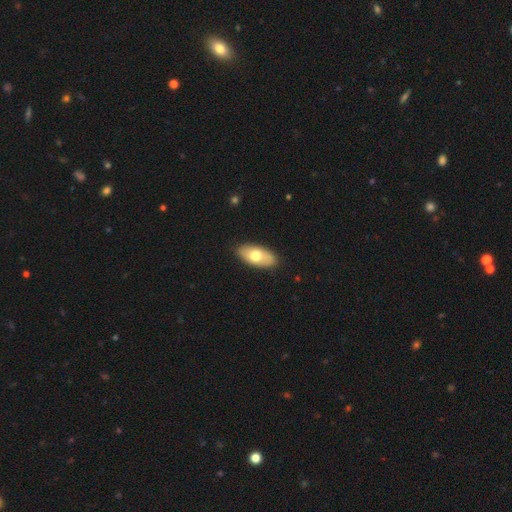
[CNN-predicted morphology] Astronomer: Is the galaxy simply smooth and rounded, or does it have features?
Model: smooth — 69%.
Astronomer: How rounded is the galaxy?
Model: in between — 92%.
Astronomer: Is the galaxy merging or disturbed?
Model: none — 88%.